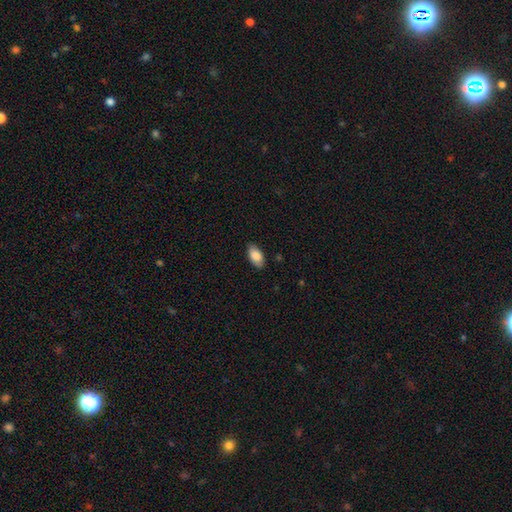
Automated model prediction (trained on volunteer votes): Smooth or featured? smooth (85%)
How rounded? in between (94%)
Merging? none (87%)